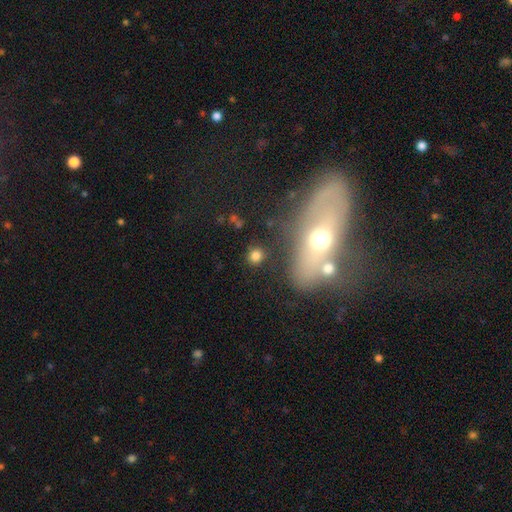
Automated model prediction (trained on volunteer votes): Smooth or featured? Predicted: smooth (p=0.80). How rounded? Predicted: round (p=0.80). Merging? Predicted: none (p=0.83).